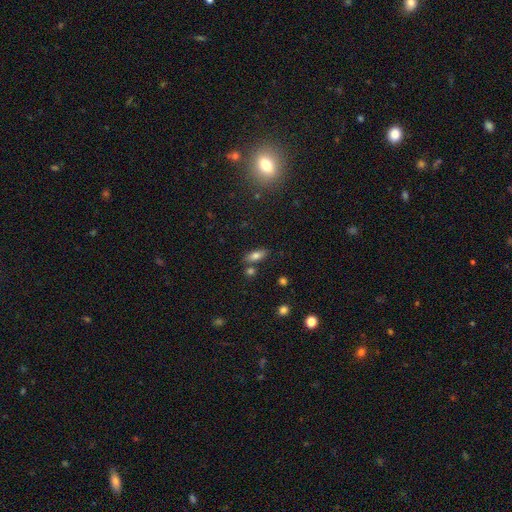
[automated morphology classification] This is likely a smooth galaxy (75%). How rounded: clearly in between (80%). Merging: likely none (75%).